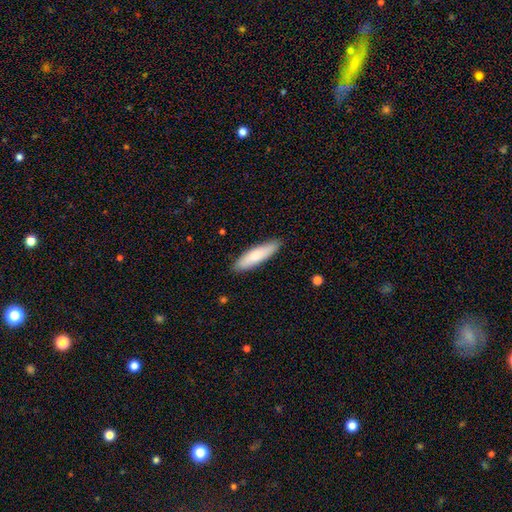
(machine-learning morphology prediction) A smooth galaxy with no disk features (80%) that is cigar-shaped (68%). Merging: none (88%).